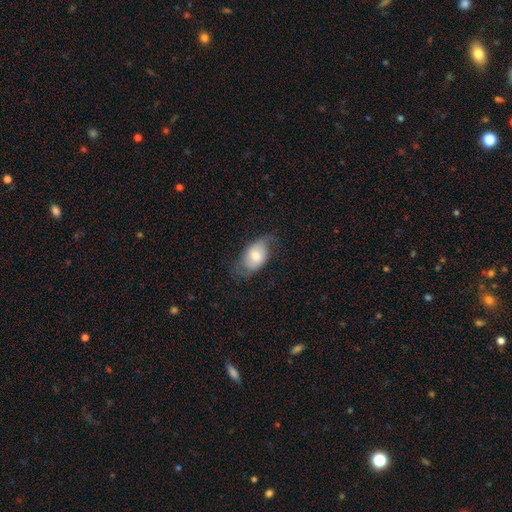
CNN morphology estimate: A smooth galaxy with no disk features (60%) that is in between round and cigar-shaped (87%).

Vote fractions:
- Smooth or featured? smooth: 60% / featured or disk: 33% / star or artifact: 7%
- How rounded? in between: 87% / round: 11% / cigar-shaped: 2%
- Merging? none: 57% / minor disturbance: 28% / major disturbance: 13% / merger: 1%